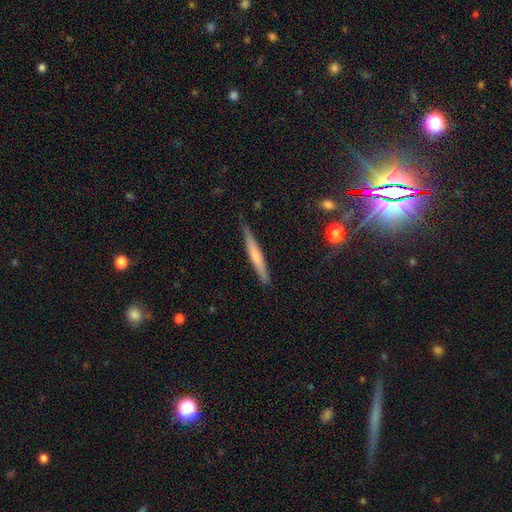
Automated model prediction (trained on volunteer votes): Q: Smooth or featured?
A: smooth (51%); runner-up: featured or disk (43%)
Q: How rounded?
A: cigar-shaped (95%); runner-up: in between (3%)
Q: Merging?
A: none (86%); runner-up: minor disturbance (11%)